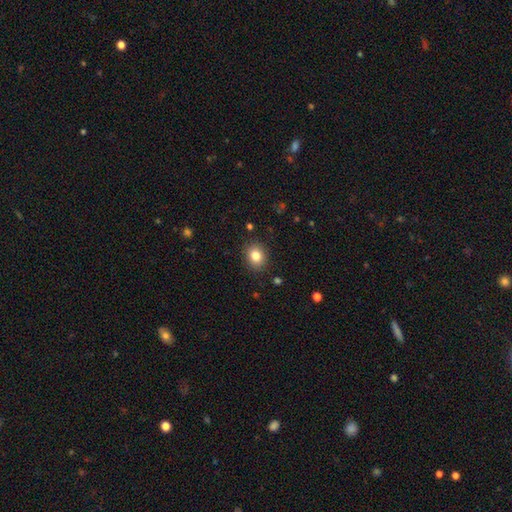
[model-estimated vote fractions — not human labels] Q: Smooth or featured?
A: smooth (82%); runner-up: star or artifact (10%)
Q: How rounded?
A: round (62%); runner-up: in between (37%)
Q: Merging?
A: none (88%); runner-up: minor disturbance (8%)